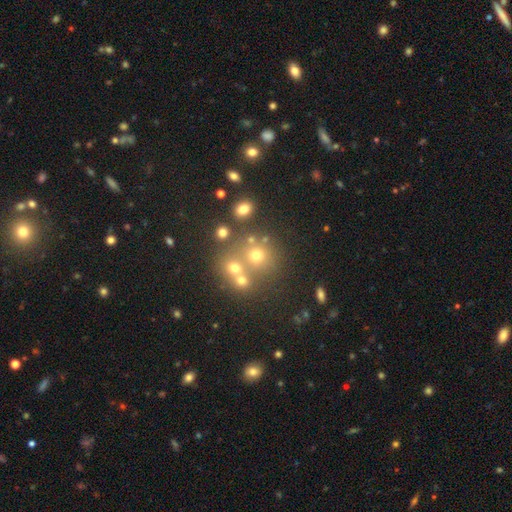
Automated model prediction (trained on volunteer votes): The model was most divided on "merging": none: 53%, merger: 33%, minor disturbance: 9%, major disturbance: 5%. More confident: how rounded — round (81%); smooth or featured — smooth (57%).